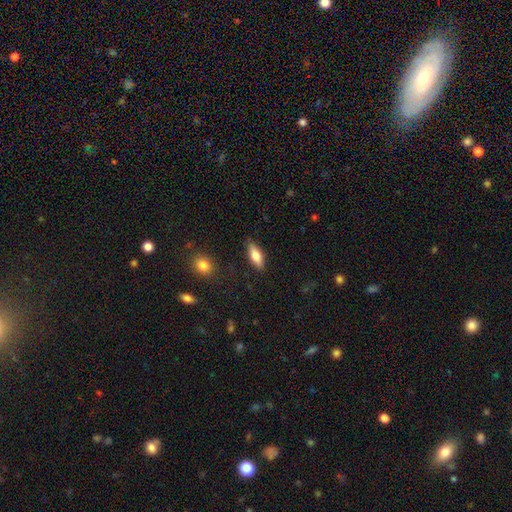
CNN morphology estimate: Smooth or featured? Predicted: smooth (p=0.72). How rounded? Predicted: in between (p=0.68). Merging? Predicted: none (p=0.86).